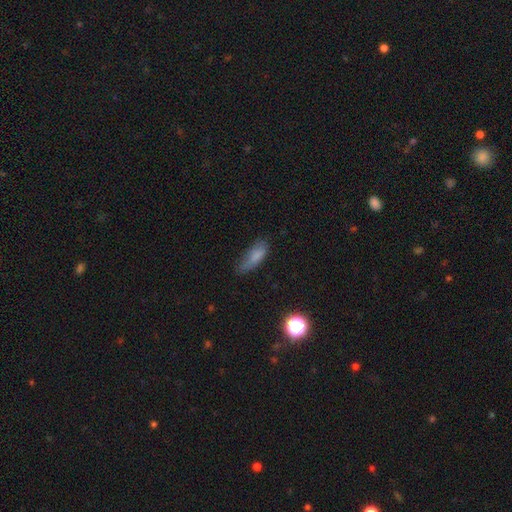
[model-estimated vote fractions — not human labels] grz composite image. It shows a smooth galaxy with no disk features (77%) that is in between round and cigar-shaped (63%). Merging: none (52%).